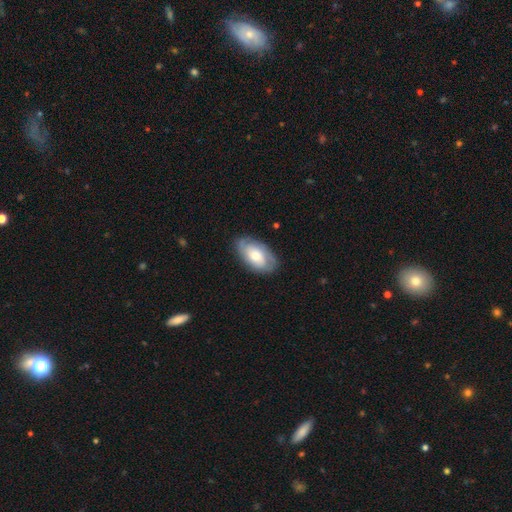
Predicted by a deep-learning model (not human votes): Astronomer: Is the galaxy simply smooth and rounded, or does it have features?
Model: featured or disk — 50% (runner-up: smooth, 44%).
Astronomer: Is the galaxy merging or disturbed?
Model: none — 78%.